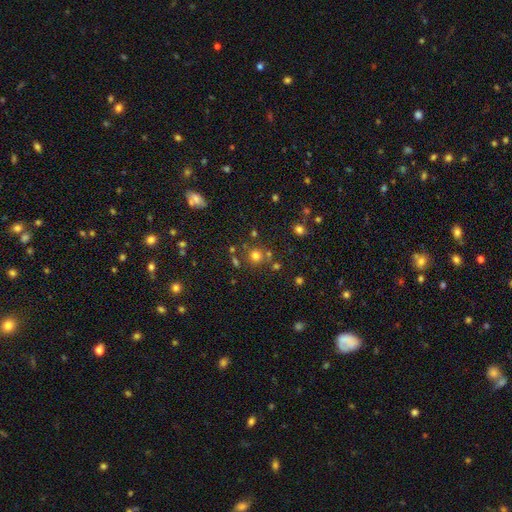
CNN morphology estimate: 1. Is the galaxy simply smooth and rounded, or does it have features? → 71% smooth, 21% star or artifact, 8% featured or disk.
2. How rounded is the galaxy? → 90% round, 9% in between, 1% cigar-shaped.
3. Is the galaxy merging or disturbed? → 74% none, 13% merger, 9% minor disturbance, 4% major disturbance.